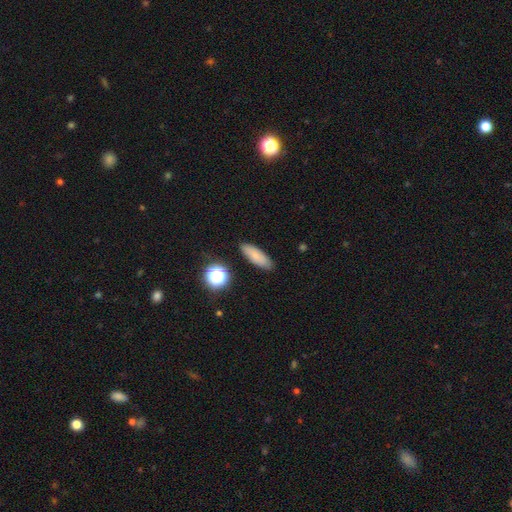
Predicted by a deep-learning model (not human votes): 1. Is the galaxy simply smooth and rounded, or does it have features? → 81% smooth, 10% star or artifact, 9% featured or disk.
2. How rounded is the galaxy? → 53% in between, 43% cigar-shaped, 4% round.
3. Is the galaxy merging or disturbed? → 88% none, 9% minor disturbance, 2% major disturbance, 2% merger.